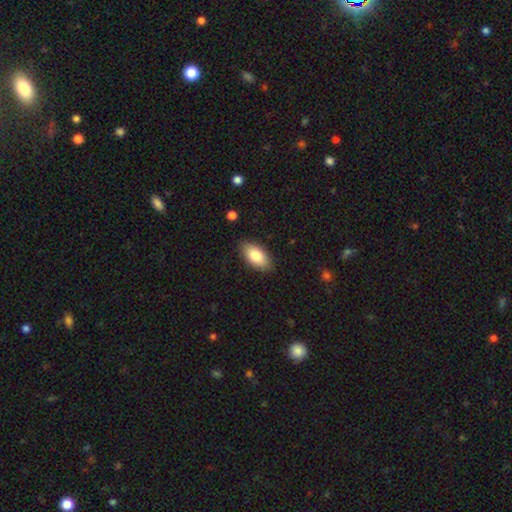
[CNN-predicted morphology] This appears to be a smooth galaxy with no disk features (82%) that is in between round and cigar-shaped (92%). Merging: none (86%).